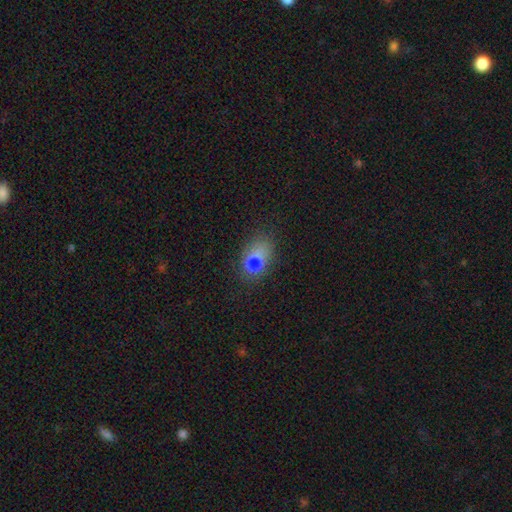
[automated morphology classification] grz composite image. It shows a smooth galaxy with no disk features (75%) that is in between round and cigar-shaped (79%). Merging: none (59%).